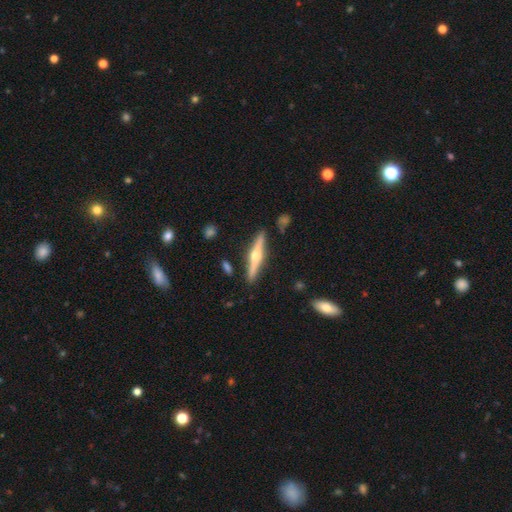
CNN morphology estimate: smooth_or_featured: featured or disk (p=0.73) [alt: smooth p=0.21]
disk_edge_on: yes (p=0.98) [alt: no p=0.02]
edge_on_bulge: rounded (p=0.94) [alt: none p=0.03]
merging: none (p=0.89) [alt: minor disturbance p=0.07]